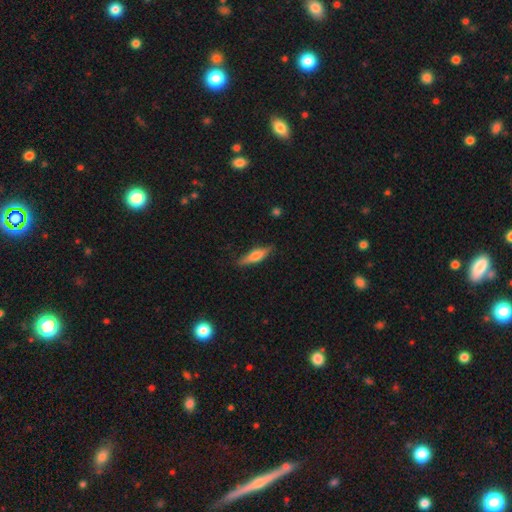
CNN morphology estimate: A smooth galaxy with no disk features (49%). Merging: none (84%).